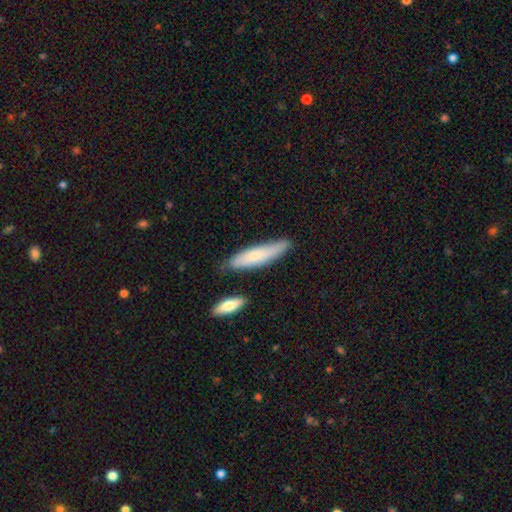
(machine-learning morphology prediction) A smooth galaxy with no disk features (70%) that is cigar-shaped (72%). Merging: none (70%).